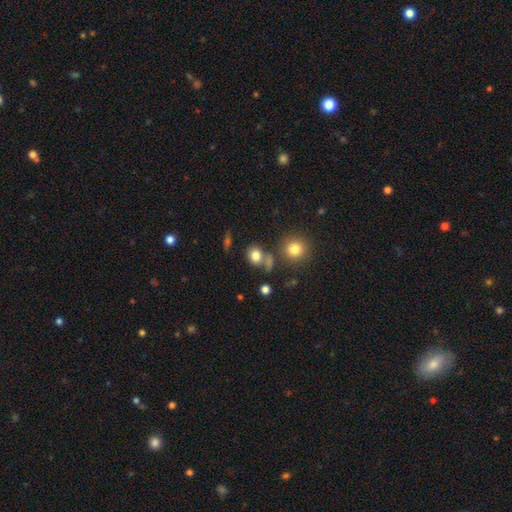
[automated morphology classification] This is likely a smooth galaxy (80%). How rounded: likely round (63%). Merging: likely none (62%).